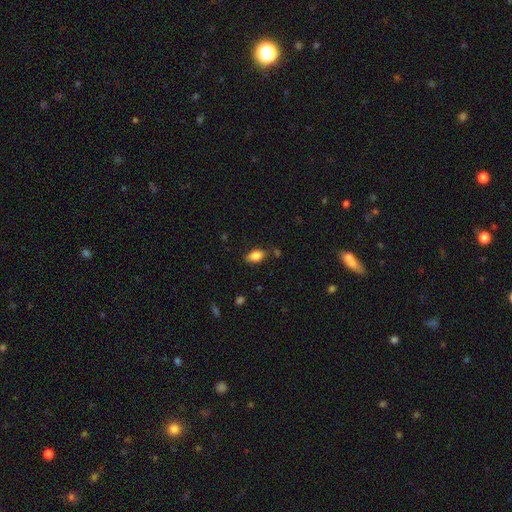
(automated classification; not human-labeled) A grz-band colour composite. It shows a smooth galaxy with no disk features (85%) that is in between round and cigar-shaped (90%). Merging: none (77%).